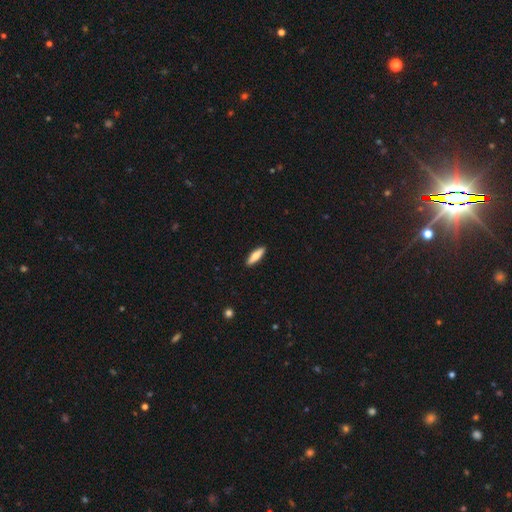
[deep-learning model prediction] smooth_or_featured: smooth (p=0.64) [alt: featured or disk p=0.30]
how_rounded: cigar-shaped (p=0.62) [alt: in between p=0.36]
merging: none (p=0.91) [alt: minor disturbance p=0.06]